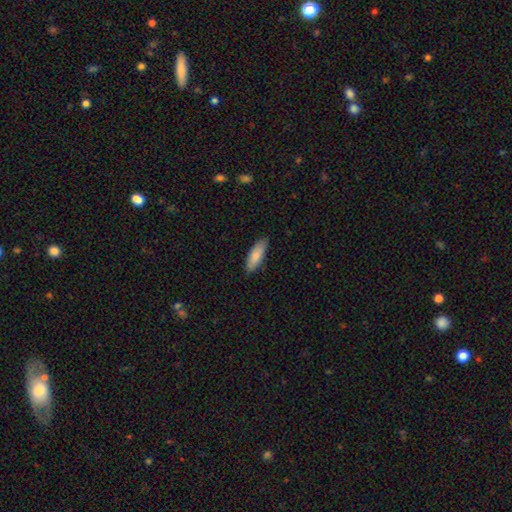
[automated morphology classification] smooth_or_featured: smooth (p=0.85) [alt: featured or disk p=0.10]
how_rounded: in between (p=0.66) [alt: cigar-shaped p=0.33]
merging: none (p=0.85) [alt: minor disturbance p=0.12]